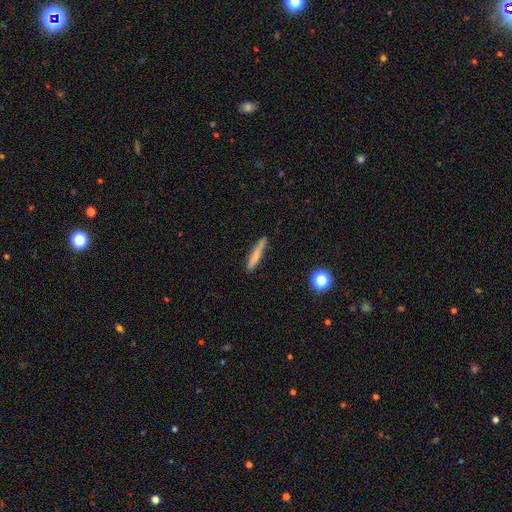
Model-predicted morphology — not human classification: Q: Smooth or featured?
A: smooth (73%); runner-up: featured or disk (20%)
Q: How rounded?
A: cigar-shaped (92%); runner-up: in between (6%)
Q: Merging?
A: none (83%); runner-up: minor disturbance (12%)